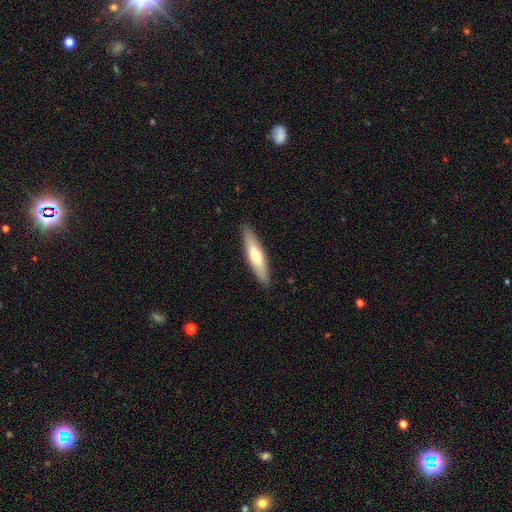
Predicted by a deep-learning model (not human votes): A smooth galaxy with no disk features (56%) that is cigar-shaped (76%). Merging: none (89%).